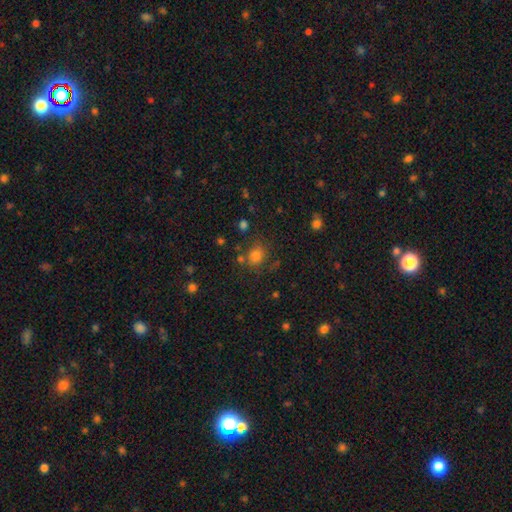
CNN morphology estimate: Overall: smooth (77%). How rounded: round (73%). Merging: none (71%).